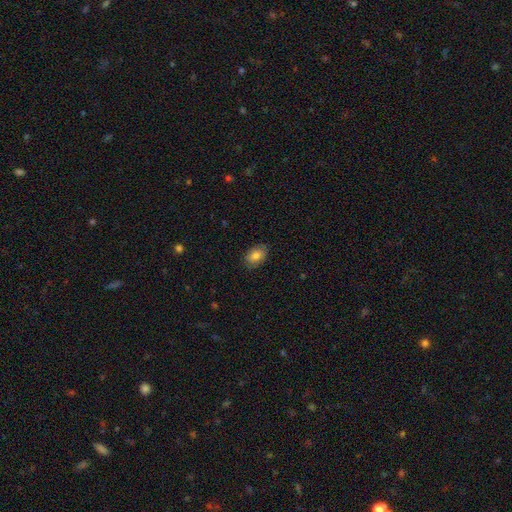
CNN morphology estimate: Smooth or featured: smooth — 79% (featured or disk — 13%)
How rounded: in between — 87% (round — 11%)
Merging: none — 84% (minor disturbance — 12%)